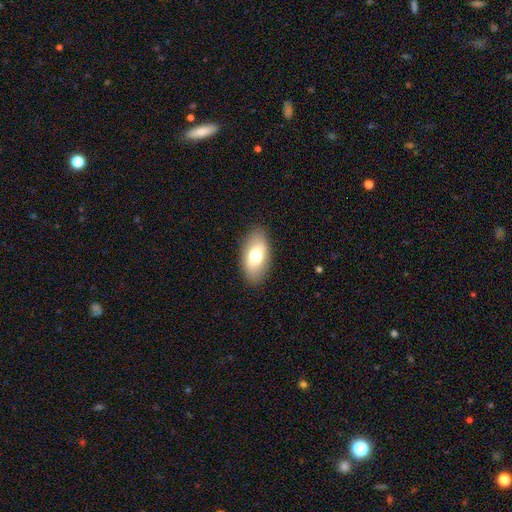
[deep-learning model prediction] Q: Smooth or featured?
A: smooth (71%); runner-up: featured or disk (22%)
Q: How rounded?
A: in between (92%); runner-up: round (4%)
Q: Merging?
A: none (87%); runner-up: minor disturbance (9%)